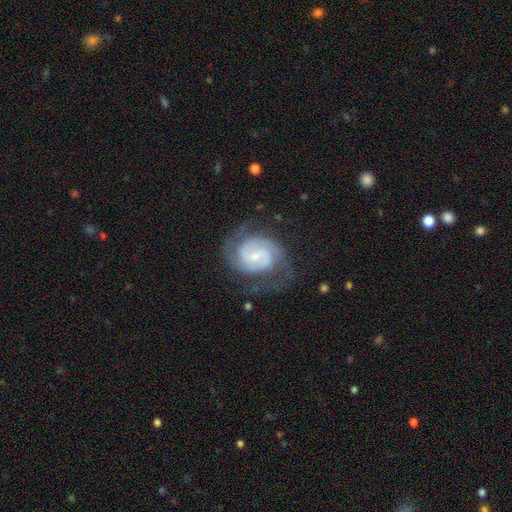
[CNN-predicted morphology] smooth_or_featured: featured or disk (p=0.88) [alt: smooth p=0.07]
disk_edge_on: no (p=0.98) [alt: yes p=0.02]
bar: weak (p=0.46) [alt: no p=0.43]
has_spiral_arms: yes (p=0.97) [alt: no p=0.03]
spiral_winding: tight (p=0.53) [alt: medium p=0.39]
spiral_arm_count: 2 (p=0.80) [alt: can't tell p=0.08]
bulge_size: small (p=0.67) [alt: moderate p=0.24]
merging: none (p=0.70) [alt: minor disturbance p=0.18]